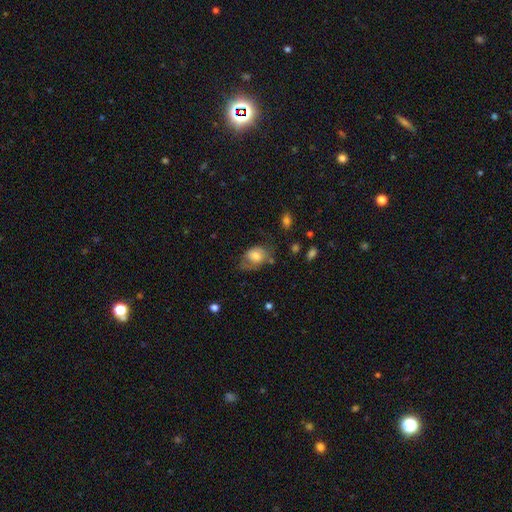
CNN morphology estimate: smooth-or-featured: smooth: 64% | featured or disk: 27% | star or artifact: 8%
  how-rounded: in between: 65% | round: 34% | cigar-shaped: 1%
  merging: none: 43% | minor disturbance: 30% | major disturbance: 24% | merger: 3%